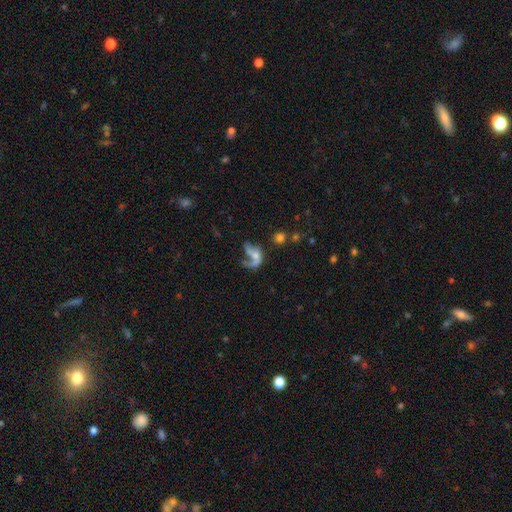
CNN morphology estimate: This is possibly a featured or disk galaxy (56%). It is clearly not viewed edge-on (95%). Bar: likely no (70%). Spiral arm pattern: likely yes (61%). Central bulge: marginally small (38%). Merging: marginally major disturbance (42%).